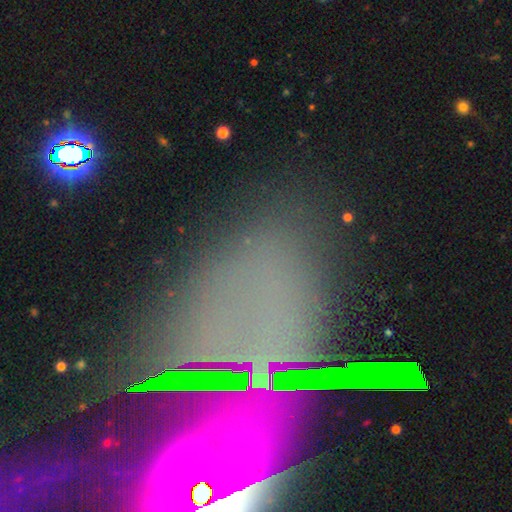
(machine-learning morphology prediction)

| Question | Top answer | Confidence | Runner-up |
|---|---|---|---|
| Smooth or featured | star or artifact | 61% | smooth (21%) |